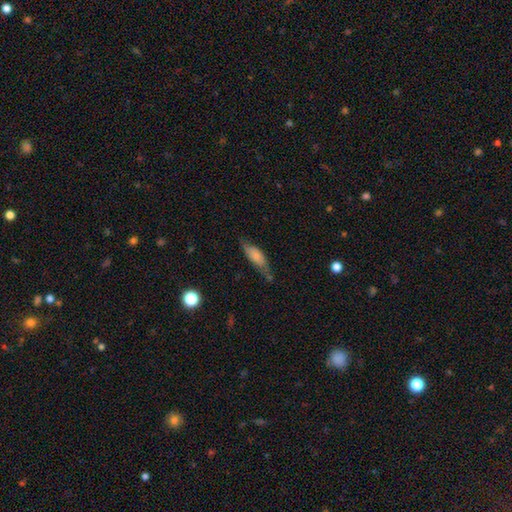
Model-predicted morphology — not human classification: A smooth galaxy with no disk features (65%) that is in between round and cigar-shaped (65%). Merging: none (53%).